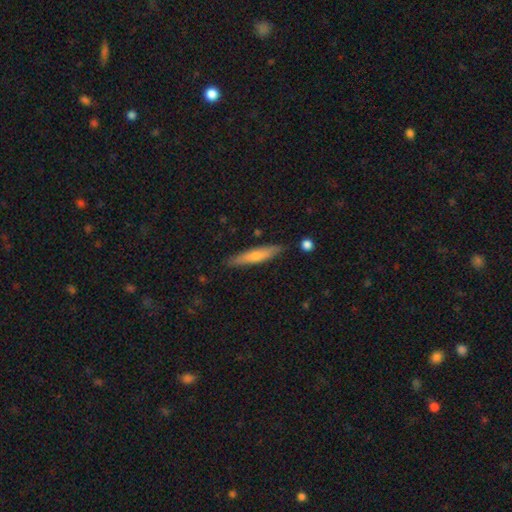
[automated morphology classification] smooth 59%, featured or disk 35%, star or artifact 6%. Down the decision tree: how rounded — cigar-shaped (87%); merging — none (85%).